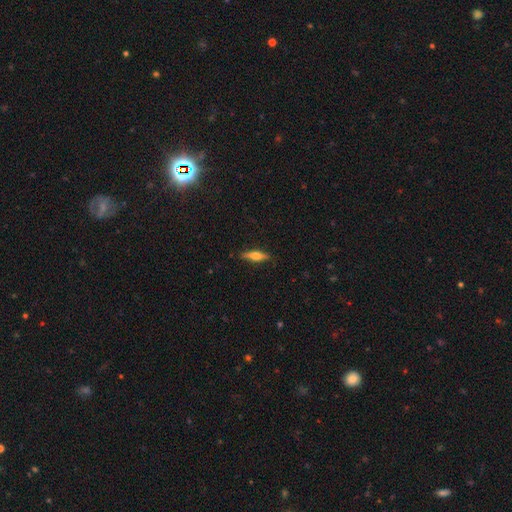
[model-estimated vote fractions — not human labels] Q: Smooth or featured?
A: featured or disk (50%); runner-up: smooth (44%)
Q: Edge-on disk?
A: yes (94%); runner-up: no (6%)
Q: Merging?
A: none (87%); runner-up: minor disturbance (10%)